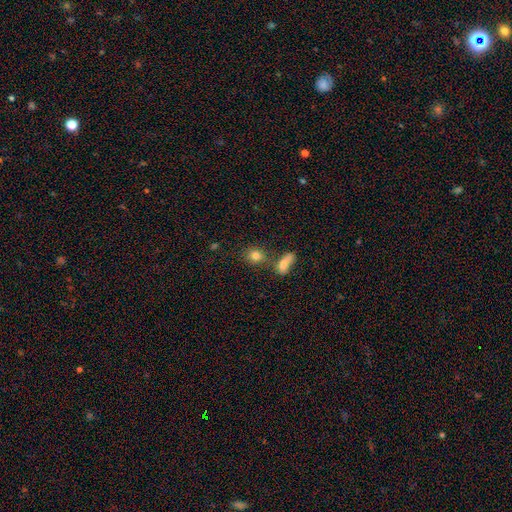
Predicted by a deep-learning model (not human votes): Smooth or featured? Predicted: smooth (p=0.81). How rounded? Predicted: round (p=0.67). Merging? Predicted: none (p=0.63).